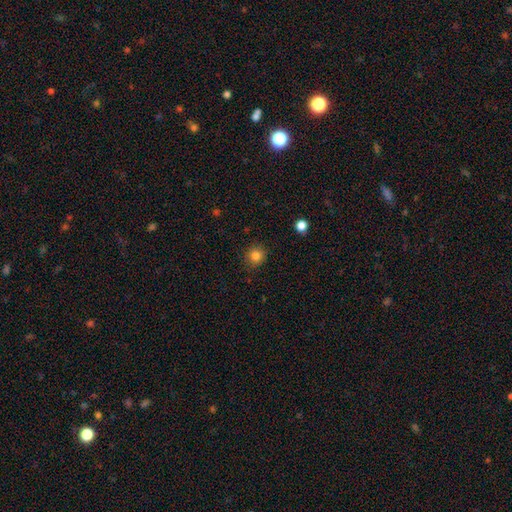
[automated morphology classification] A smooth galaxy with no disk features (82%) that is round (85%).

Vote fractions:
- Smooth or featured? smooth: 82% / star or artifact: 12% / featured or disk: 6%
- How rounded? round: 85% / in between: 14% / cigar-shaped: 1%
- Merging? none: 87% / minor disturbance: 9% / major disturbance: 2% / merger: 1%